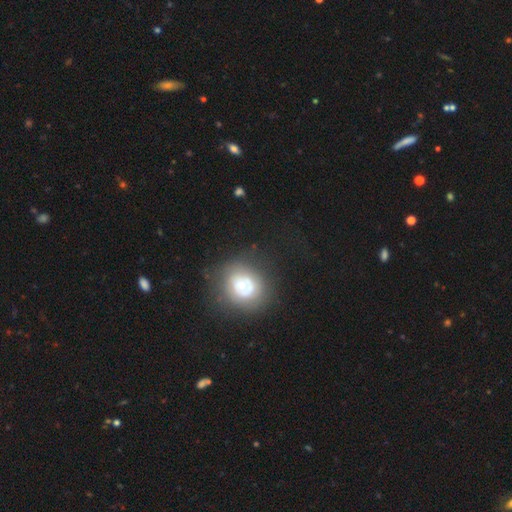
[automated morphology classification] A smooth galaxy with no disk features (63%) that is round (79%).

Vote fractions:
- Smooth or featured? smooth: 63% / star or artifact: 24% / featured or disk: 13%
- How rounded? round: 79% / in between: 19% / cigar-shaped: 1%
- Merging? none: 82% / minor disturbance: 11% / major disturbance: 5% / merger: 2%